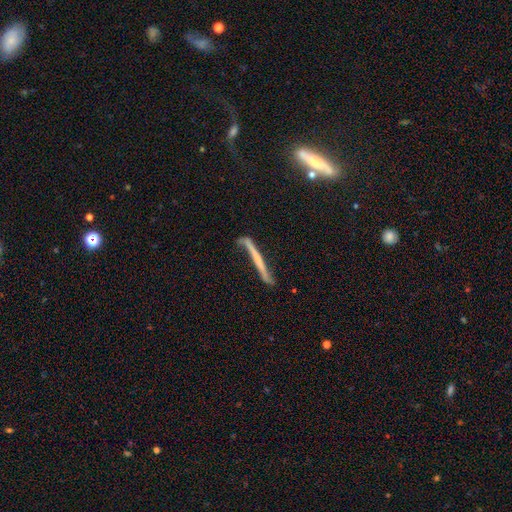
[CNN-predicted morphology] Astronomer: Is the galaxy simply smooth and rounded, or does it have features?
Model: featured or disk — 58% (runner-up: smooth, 34%).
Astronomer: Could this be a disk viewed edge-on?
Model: yes — 82%.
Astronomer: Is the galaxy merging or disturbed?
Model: none — 57%.